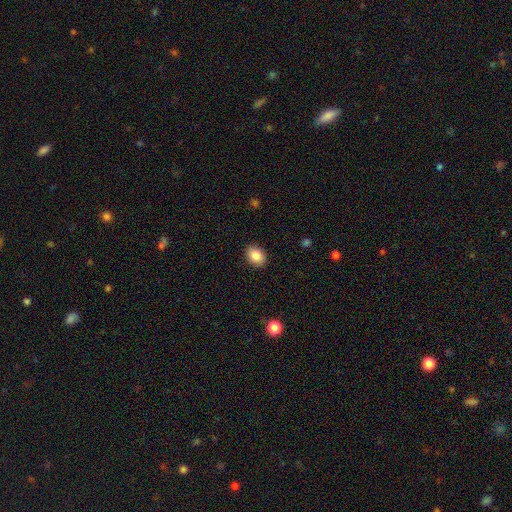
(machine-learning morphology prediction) type=smooth (86%); roundness=in between (72%); merging=none (89%).